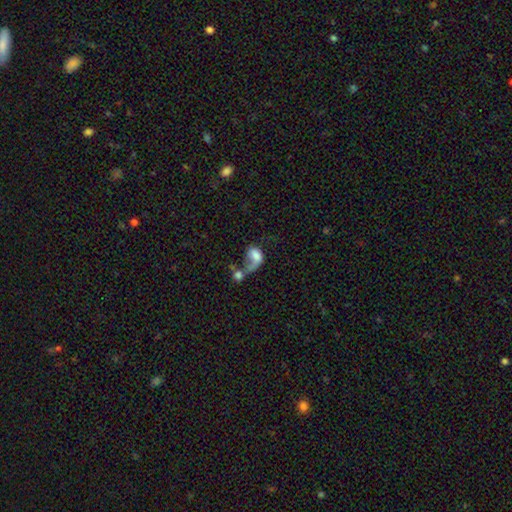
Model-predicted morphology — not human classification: A smooth galaxy with no disk features (58%) that is in between round and cigar-shaped (75%). Merging: merger (46%).